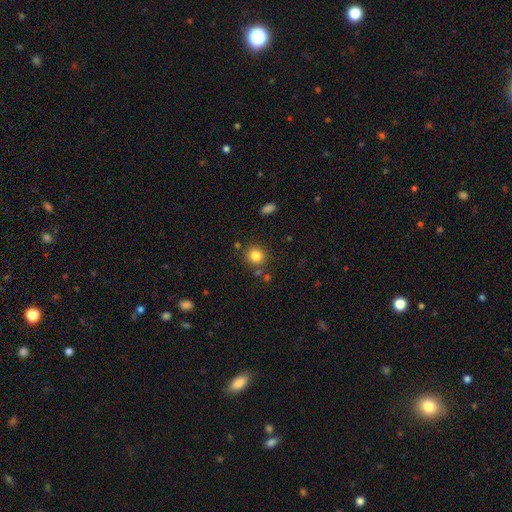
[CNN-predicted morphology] Smooth or featured? Predicted: smooth (p=0.83). How rounded? Predicted: round (p=0.90). Merging? Predicted: none (p=0.82).